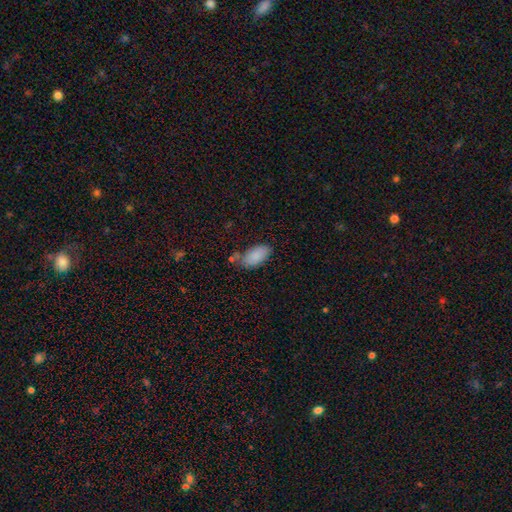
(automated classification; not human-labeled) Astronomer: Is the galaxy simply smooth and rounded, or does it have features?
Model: smooth — 86%.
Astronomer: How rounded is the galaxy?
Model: in between — 94%.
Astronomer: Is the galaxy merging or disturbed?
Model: none — 61%.